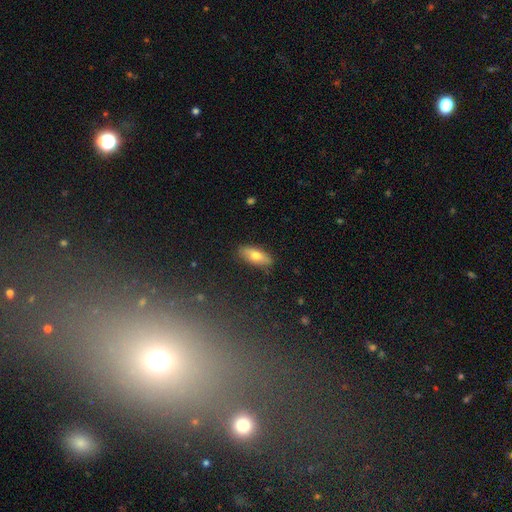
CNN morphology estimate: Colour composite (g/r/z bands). It shows a smooth galaxy with no disk features (72%) that is in between round and cigar-shaped (74%). Merging: none (85%).